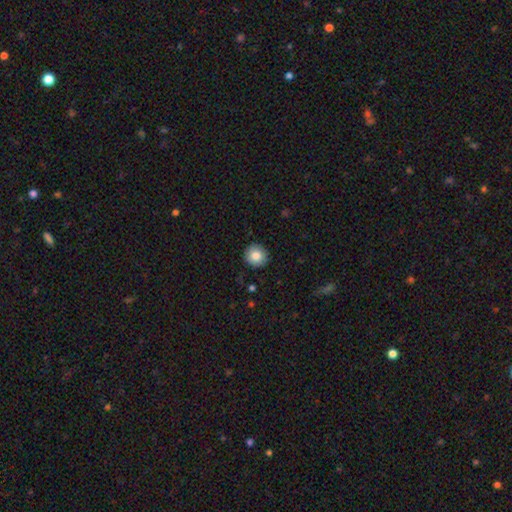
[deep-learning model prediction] Smooth or featured: smooth — 83% (featured or disk — 9%)
How rounded: round — 92% (in between — 7%)
Merging: none — 90% (minor disturbance — 7%)